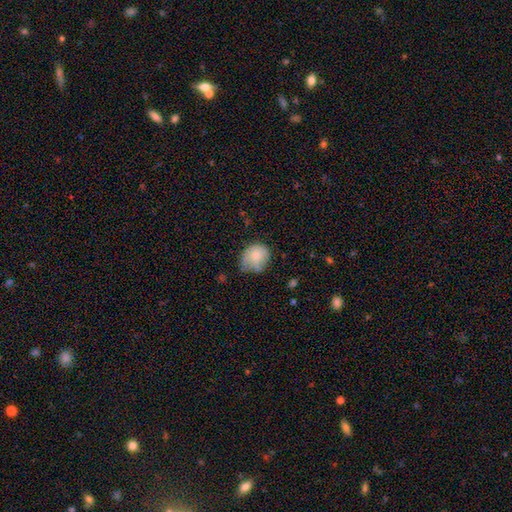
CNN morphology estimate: The model was most divided on "merging": none: 45%, minor disturbance: 39%, major disturbance: 13%, merger: 3%. More confident: smooth or featured — smooth (76%); how rounded — round (63%).